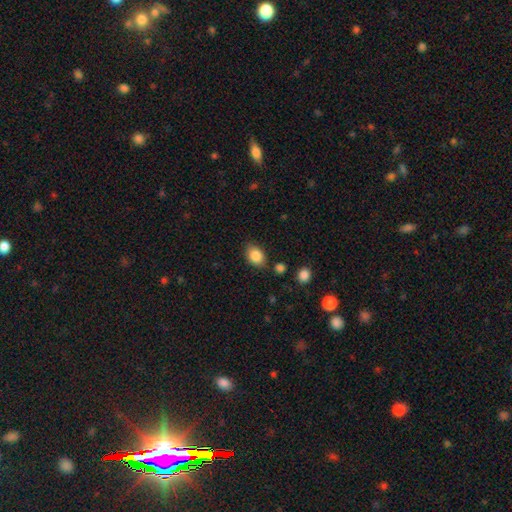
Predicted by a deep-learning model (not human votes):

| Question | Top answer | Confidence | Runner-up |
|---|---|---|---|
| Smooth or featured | smooth | 86% | star or artifact (8%) |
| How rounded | in between | 76% | round (23%) |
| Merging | none | 79% | minor disturbance (14%) |